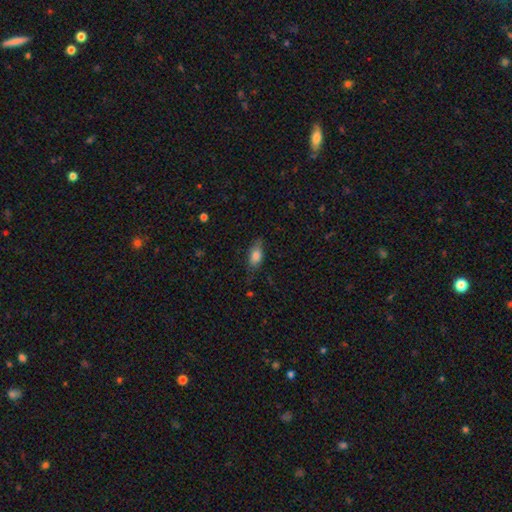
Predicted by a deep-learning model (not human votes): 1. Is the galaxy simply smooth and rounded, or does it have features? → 80% smooth, 12% featured or disk, 8% star or artifact.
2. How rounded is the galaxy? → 85% in between, 10% cigar-shaped, 5% round.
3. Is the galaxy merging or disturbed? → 70% none, 23% minor disturbance, 6% major disturbance, 1% merger.